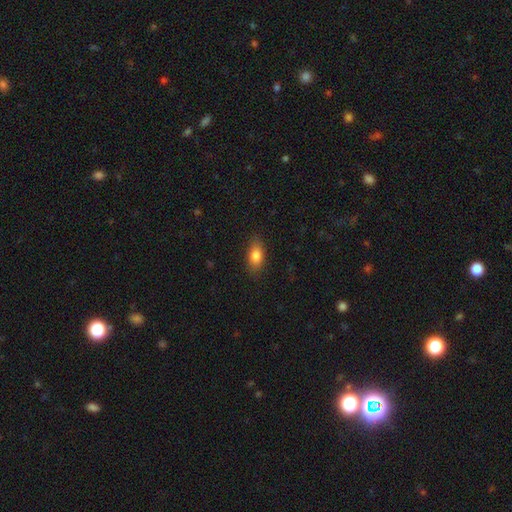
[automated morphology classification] Smooth or featured: smooth — 82% (featured or disk — 10%)
How rounded: in between — 85% (cigar-shaped — 8%)
Merging: none — 85% (minor disturbance — 11%)